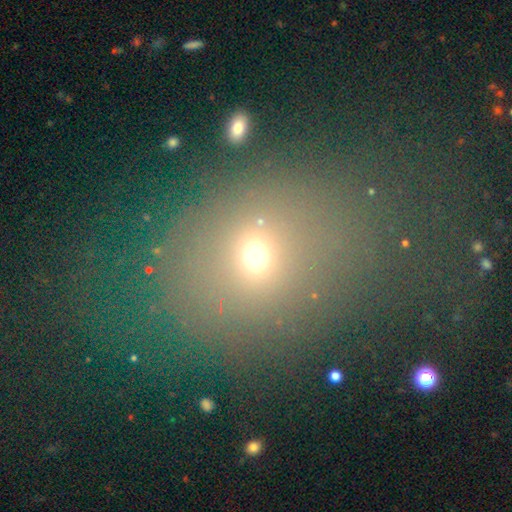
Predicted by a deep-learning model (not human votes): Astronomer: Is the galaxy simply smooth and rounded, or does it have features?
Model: smooth — 60%.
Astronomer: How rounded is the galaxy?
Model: round — 63%.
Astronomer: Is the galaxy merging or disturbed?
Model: none — 66%.